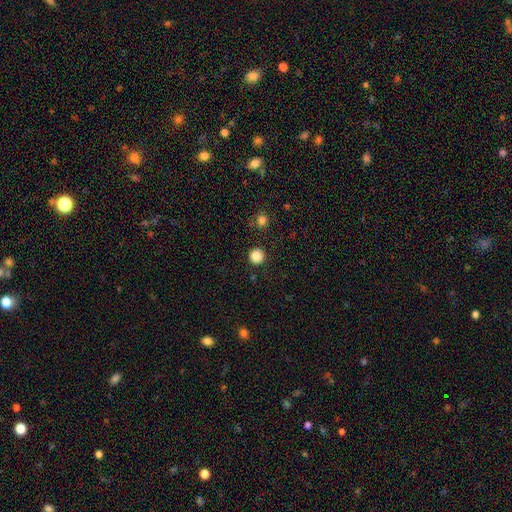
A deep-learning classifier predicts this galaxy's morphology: smooth_or_featured: smooth (p=0.86) [alt: star or artifact p=0.11]
how_rounded: round (p=0.96) [alt: in between p=0.03]
merging: none (p=0.92) [alt: minor disturbance p=0.05]